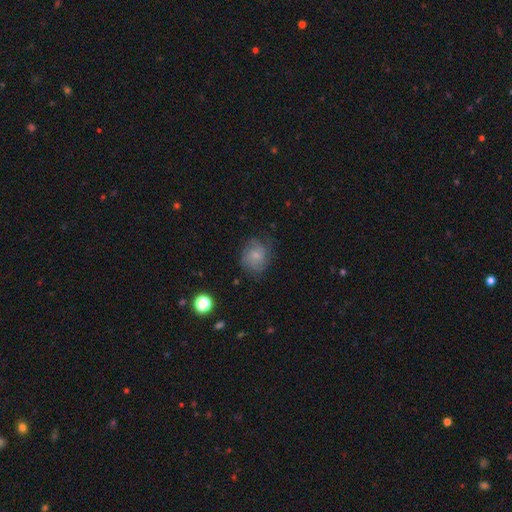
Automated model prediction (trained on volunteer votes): A smooth galaxy with no disk features (54%) that is round (67%).

Vote fractions:
- Smooth or featured? smooth: 54% / featured or disk: 37% / star or artifact: 9%
- How rounded? round: 67% / in between: 32% / cigar-shaped: 1%
- Merging? none: 65% / minor disturbance: 24% / major disturbance: 10% / merger: 1%